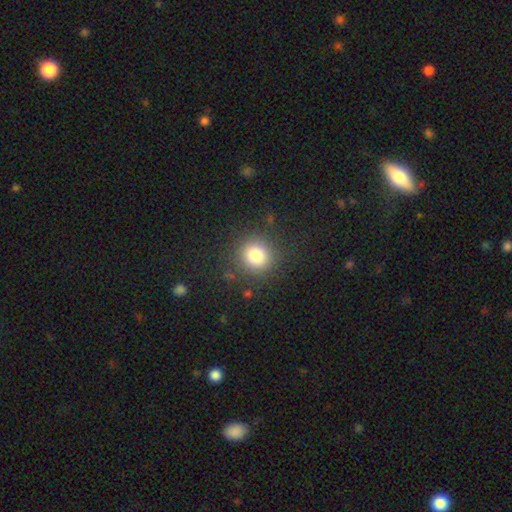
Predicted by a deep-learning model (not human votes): smooth_or_featured: smooth (p=0.80) [alt: star or artifact p=0.13]
how_rounded: round (p=0.91) [alt: in between p=0.08]
merging: none (p=0.86) [alt: minor disturbance p=0.08]